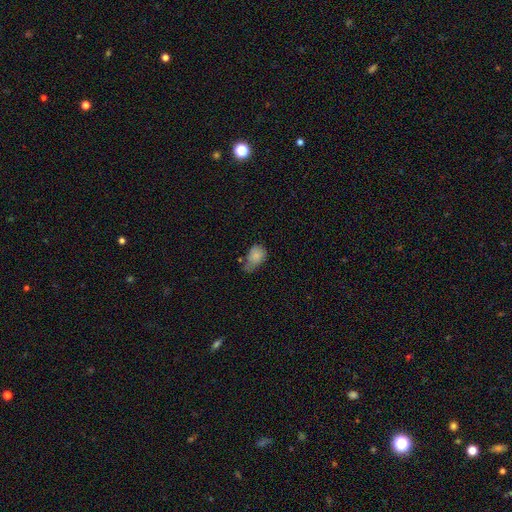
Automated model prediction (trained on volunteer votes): A smooth galaxy with no disk features (79%) that is in between round and cigar-shaped (80%). Merging: minor disturbance (40%).